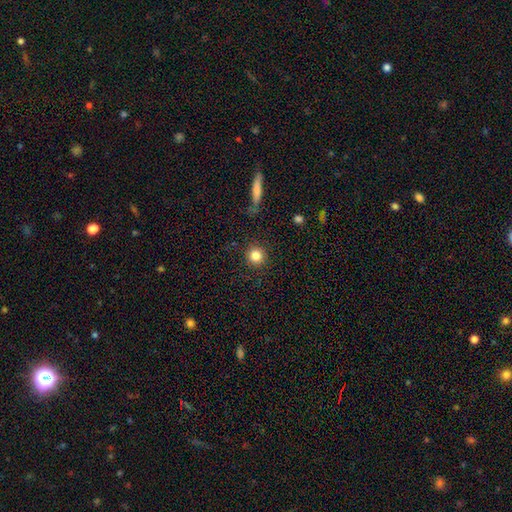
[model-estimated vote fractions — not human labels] The model was most divided on "smooth or featured": smooth: 83%, star or artifact: 11%, featured or disk: 6%. More confident: how rounded — round (94%); merging — none (89%).